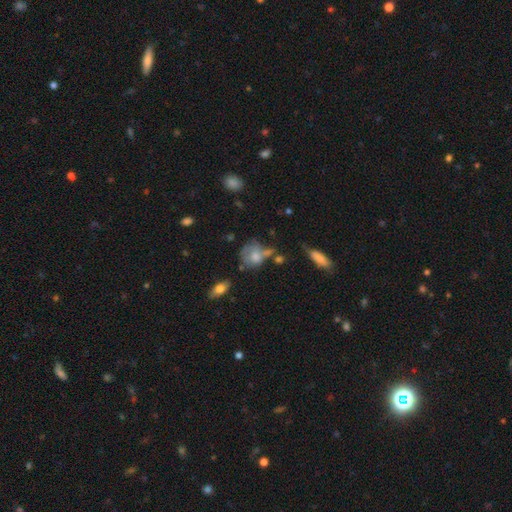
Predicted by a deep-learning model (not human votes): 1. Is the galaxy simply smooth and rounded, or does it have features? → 59% smooth, 31% featured or disk, 9% star or artifact.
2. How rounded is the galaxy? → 53% round, 45% in between, 2% cigar-shaped.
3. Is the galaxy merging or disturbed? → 34% none, 29% minor disturbance, 22% major disturbance, 15% merger.